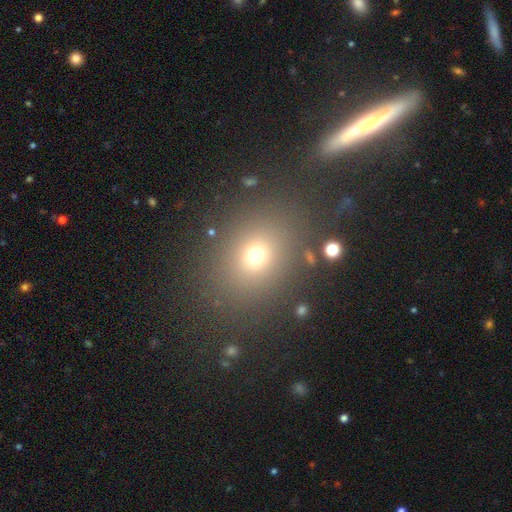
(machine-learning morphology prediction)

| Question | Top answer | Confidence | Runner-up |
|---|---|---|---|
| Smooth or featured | smooth | 68% | star or artifact (22%) |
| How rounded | round | 59% | in between (40%) |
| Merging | none | 82% | minor disturbance (9%) |